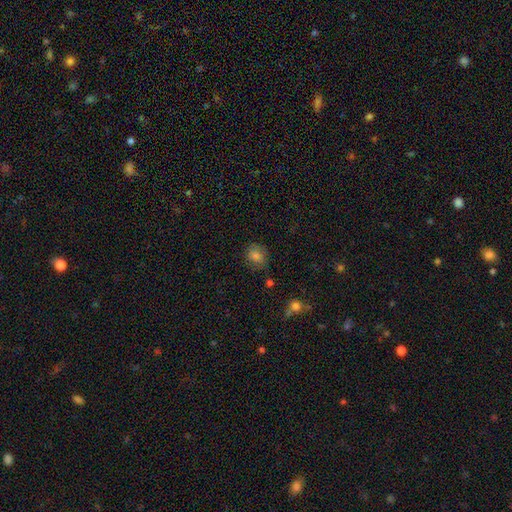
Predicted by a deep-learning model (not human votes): Morphology: type=smooth (79%); roundness=round (64%); merging=none (76%).